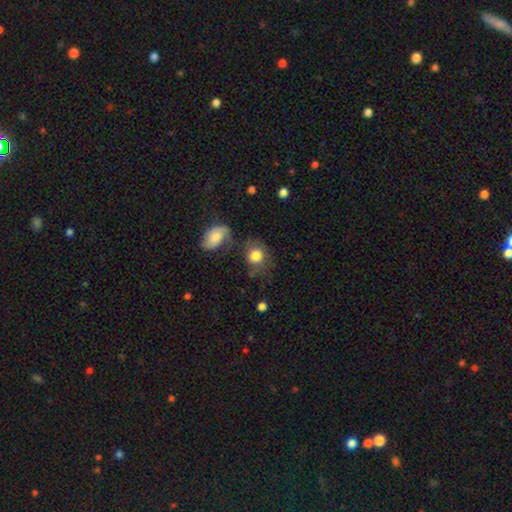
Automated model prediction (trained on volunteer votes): The model was most divided on "merging": none: 52%, minor disturbance: 23%, major disturbance: 13%, merger: 11%. More confident: smooth or featured — smooth (78%); how rounded — round (66%).